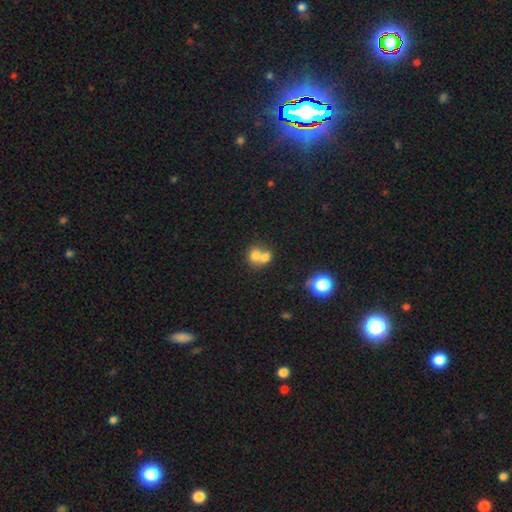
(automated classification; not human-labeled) Smooth or featured?
  - smooth: 70% *
  - featured or disk: 18%
  - star or artifact: 11%
How rounded?
  - round: 65% *
  - in between: 34%
  - cigar-shaped: 1%
Merging?
  - merger: 68% *
  - none: 24%
  - minor disturbance: 6%
  - major disturbance: 3%